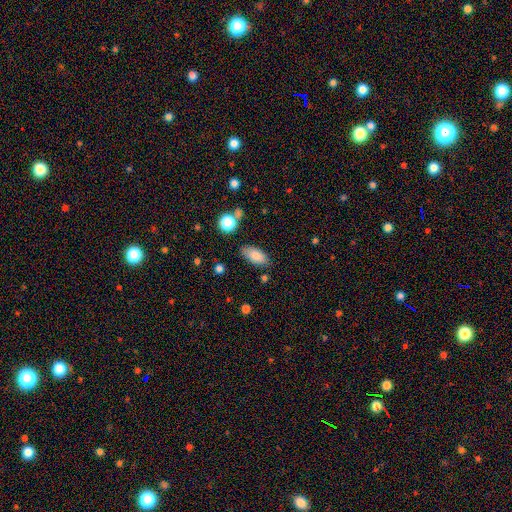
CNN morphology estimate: Smooth or featured? smooth (79%)
How rounded? in between (89%)
Merging? none (80%)